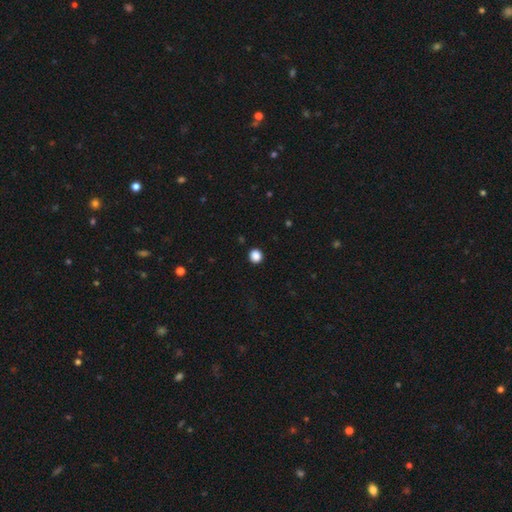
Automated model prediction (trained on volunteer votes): smooth 87%, star or artifact 11%, featured or disk 2%. Down the decision tree: how rounded — round (88%); merging — none (93%).